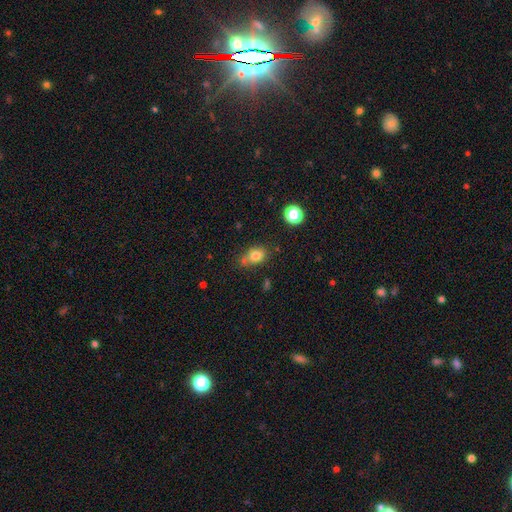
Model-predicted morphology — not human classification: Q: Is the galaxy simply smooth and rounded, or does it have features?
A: smooth — 79%.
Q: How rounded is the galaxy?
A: in between — 65%.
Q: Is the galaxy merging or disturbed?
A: none — 59%.